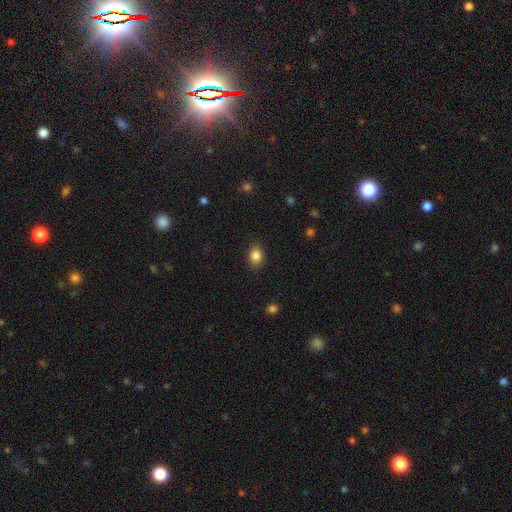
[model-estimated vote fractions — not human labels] smooth-or-featured: smooth: 86% | star or artifact: 9% | featured or disk: 5%
  how-rounded: in between: 62% | round: 37% | cigar-shaped: 1%
  merging: none: 86% | minor disturbance: 10% | major disturbance: 2% | merger: 1%